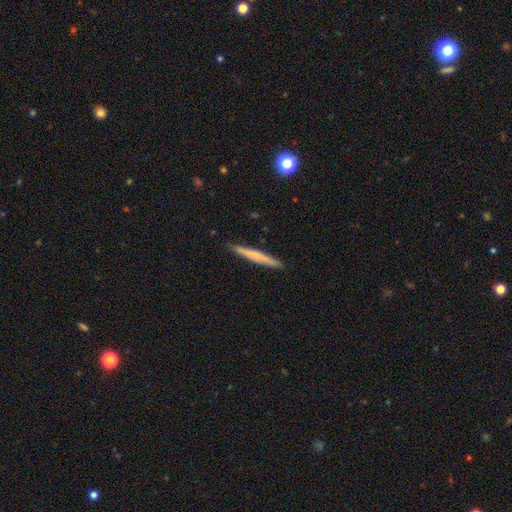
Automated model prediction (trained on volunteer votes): Overall: smooth (52%; featured or disk 42%). How rounded: cigar-shaped (96%). Merging: none (91%).